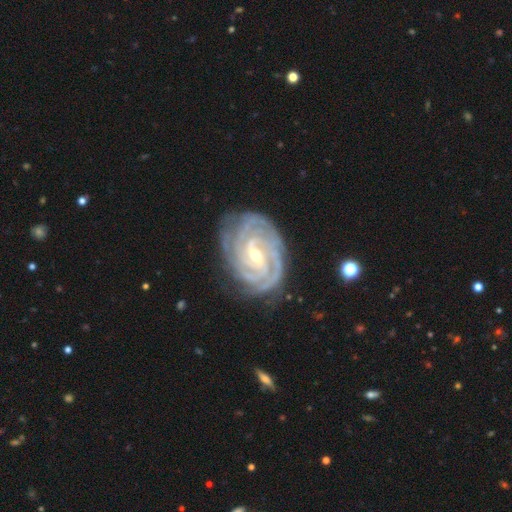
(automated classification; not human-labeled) The model was most divided on "spiral arm count": 4: 31%, 3: 23%, can't tell: 16%, 2: 13%, more than 4: 10%, 1: 7%. More confident: spiral arms — yes (99%); edge-on disk — no (97%); smooth or featured — featured or disk (92%); spiral winding — tight (81%); merging — none (78%); bulge size — small (54%); bar — weak (50%).